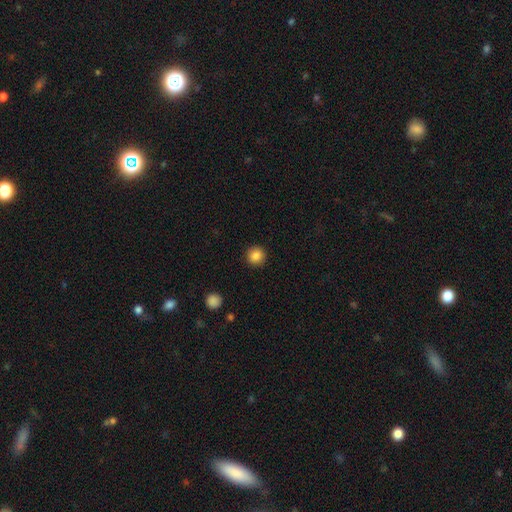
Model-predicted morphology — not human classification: A smooth galaxy with no disk features (86%) that is round (95%).

Vote fractions:
- Smooth or featured? smooth: 86% / star or artifact: 10% / featured or disk: 4%
- How rounded? round: 95% / in between: 5% / cigar-shaped: 1%
- Merging? none: 92% / minor disturbance: 5% / major disturbance: 2% / merger: 1%